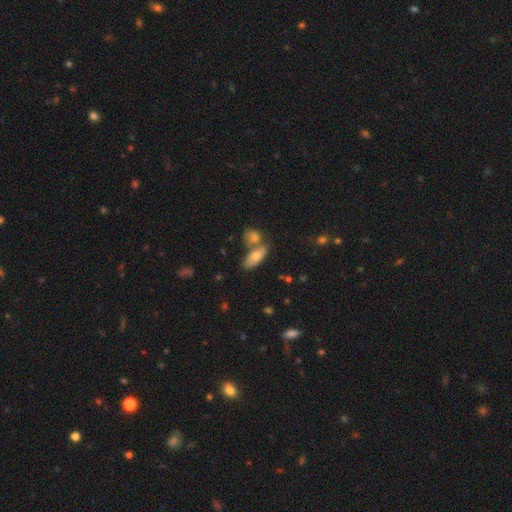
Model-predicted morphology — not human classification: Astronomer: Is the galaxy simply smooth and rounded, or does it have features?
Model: smooth — 72%.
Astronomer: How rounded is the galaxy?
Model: in between — 73%.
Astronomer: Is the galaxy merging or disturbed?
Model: none — 50% (runner-up: merger, 35%).